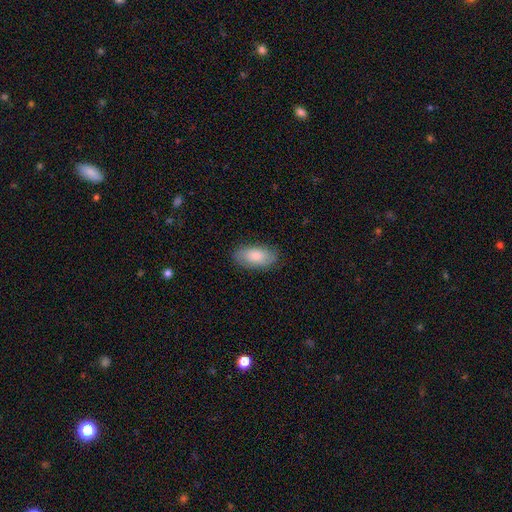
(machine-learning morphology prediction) type=smooth (76%); roundness=in between (93%); merging=none (84%).